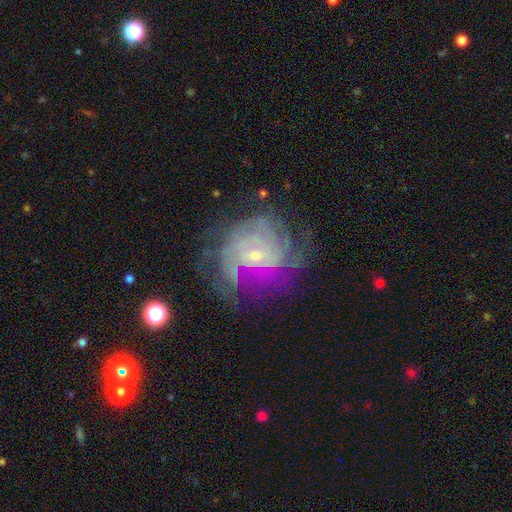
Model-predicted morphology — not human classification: Smooth or featured? featured or disk (81%)
Edge-on disk? no (97%)
Bar? no (66%)
Spiral arms? yes (92%)
Spiral winding? tight (66%)
Spiral arm count? can't tell (41%)
Bulge size? small (74%)
Merging? none (62%)